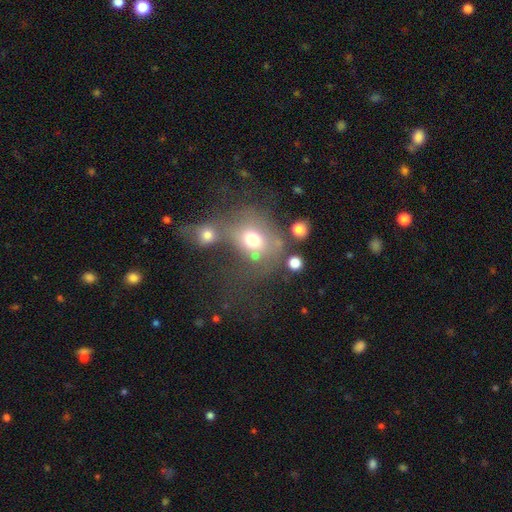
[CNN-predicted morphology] This appears to be a smooth galaxy with no disk features (60%) that is round (57%). Merging: merger (43%).